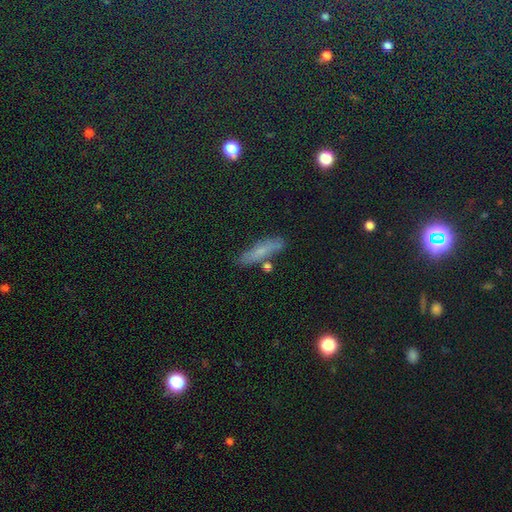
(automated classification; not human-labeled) smooth_or_featured: smooth (p=0.57) [alt: star or artifact p=0.24]
how_rounded: cigar-shaped (p=0.71) [alt: in between p=0.22]
merging: none (p=0.80) [alt: minor disturbance p=0.12]